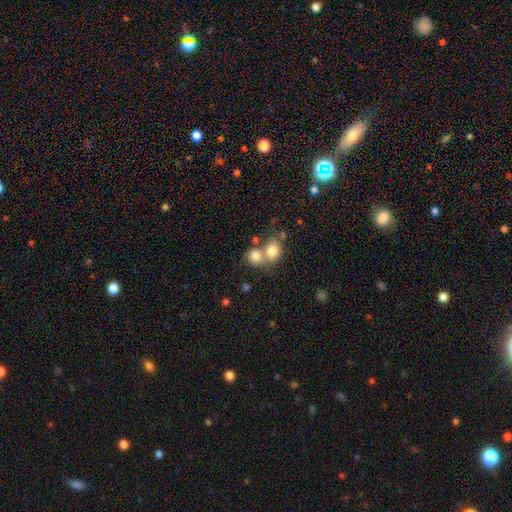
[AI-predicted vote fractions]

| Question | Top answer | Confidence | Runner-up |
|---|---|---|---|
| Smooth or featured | smooth | 79% | featured or disk (11%) |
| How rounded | round | 67% | in between (32%) |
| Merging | merger | 57% | none (32%) |